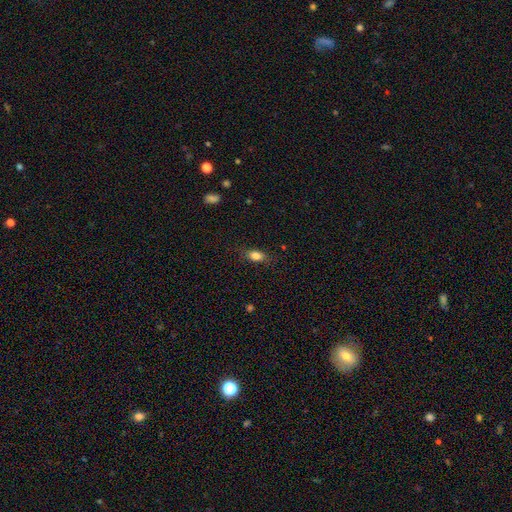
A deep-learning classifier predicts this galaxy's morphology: Smooth or featured? Predicted: smooth (p=0.82). How rounded? Predicted: in between (p=0.80). Merging? Predicted: none (p=0.80).